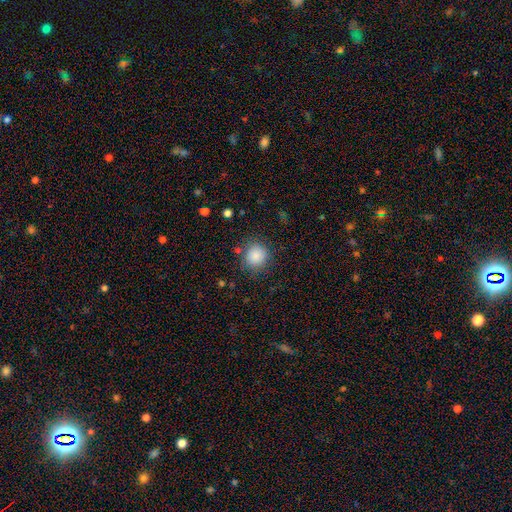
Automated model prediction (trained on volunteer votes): A smooth galaxy with no disk features (86%) that is round (87%).

Vote fractions:
- Smooth or featured? smooth: 86% / star or artifact: 9% / featured or disk: 5%
- How rounded? round: 87% / in between: 12% / cigar-shaped: 1%
- Merging? none: 82% / minor disturbance: 11% / major disturbance: 4% / merger: 2%